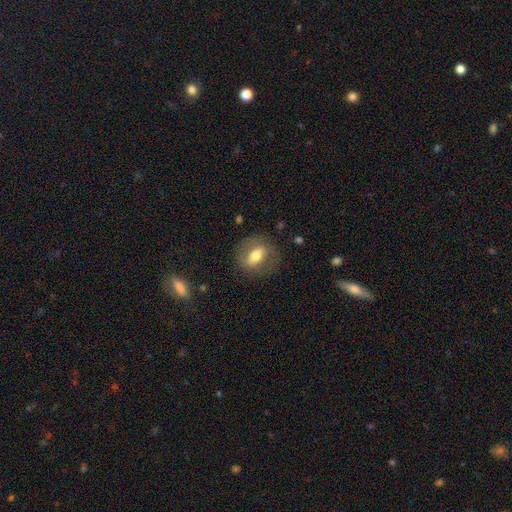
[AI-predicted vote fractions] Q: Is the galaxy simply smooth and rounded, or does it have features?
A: smooth — 52%.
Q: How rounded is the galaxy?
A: in between — 60%.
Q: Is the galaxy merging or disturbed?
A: none — 76%.